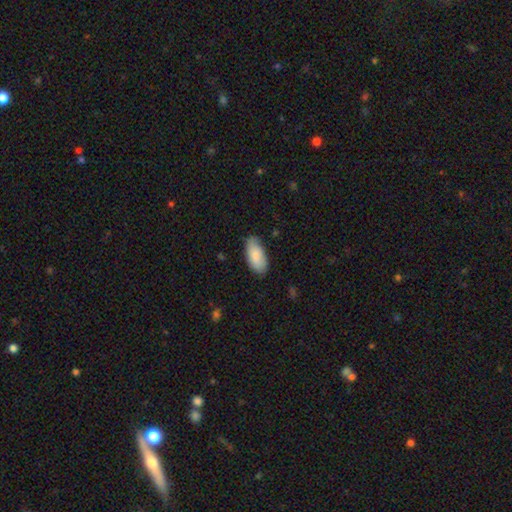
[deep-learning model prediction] This is clearly a smooth galaxy (85%). How rounded: clearly in between (92%). Merging: likely none (78%).